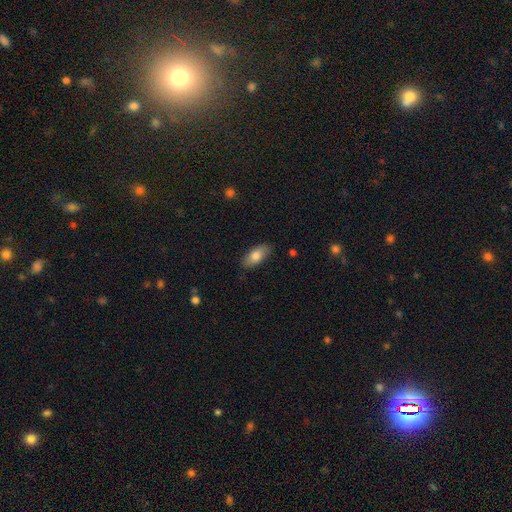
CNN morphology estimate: A smooth galaxy with no disk features (79%) that is in between round and cigar-shaped (89%). Merging: none (86%).